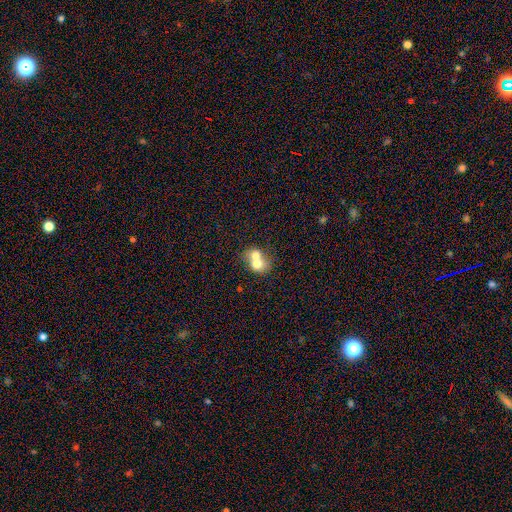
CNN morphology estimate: A smooth galaxy with no disk features (66%) that is round (62%).

Vote fractions:
- Smooth or featured? smooth: 66% / featured or disk: 25% / star or artifact: 9%
- How rounded? round: 62% / in between: 37% / cigar-shaped: 1%
- Merging? merger: 73% / none: 19% / minor disturbance: 5% / major disturbance: 3%